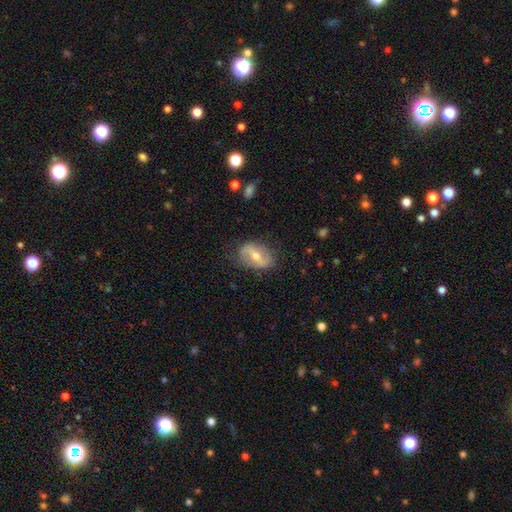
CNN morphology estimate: smooth_or_featured: featured or disk (p=0.62) [alt: smooth p=0.31]
disk_edge_on: no (p=0.93) [alt: yes p=0.07]
bar: strong (p=0.42) [alt: weak p=0.38]
has_spiral_arms: yes (p=0.68) [alt: no p=0.32]
bulge_size: moderate (p=0.61) [alt: small p=0.33]
merging: none (p=0.78) [alt: minor disturbance p=0.16]